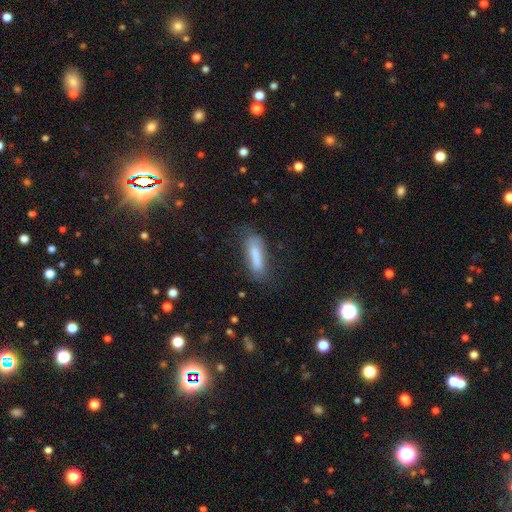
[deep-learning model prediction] Smooth or featured?
  - smooth: 75% *
  - featured or disk: 17%
  - star or artifact: 8%
How rounded?
  - cigar-shaped: 54% *
  - in between: 44%
  - round: 2%
Merging?
  - none: 60% *
  - minor disturbance: 25%
  - major disturbance: 11%
  - merger: 3%